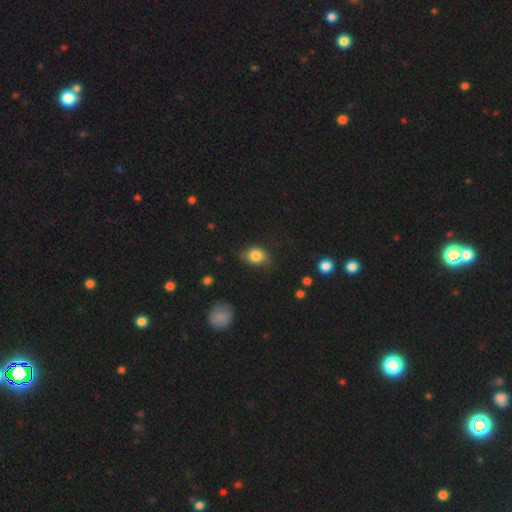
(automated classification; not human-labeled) Morphology: type=smooth (82%); roundness=in between (60%); merging=none (67%).